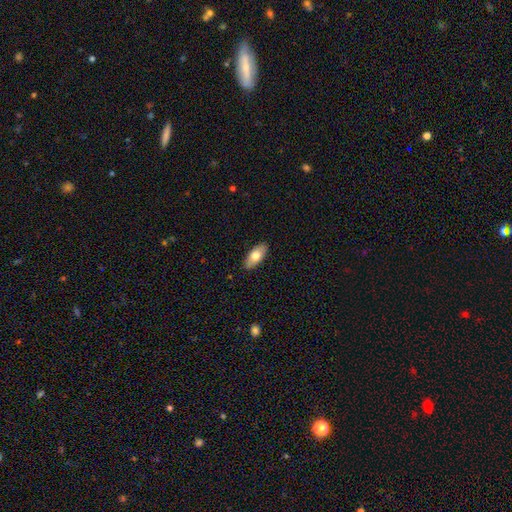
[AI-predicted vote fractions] Smooth or featured: smooth — 73% (featured or disk — 22%)
How rounded: in between — 88% (cigar-shaped — 10%)
Merging: none — 89% (minor disturbance — 8%)